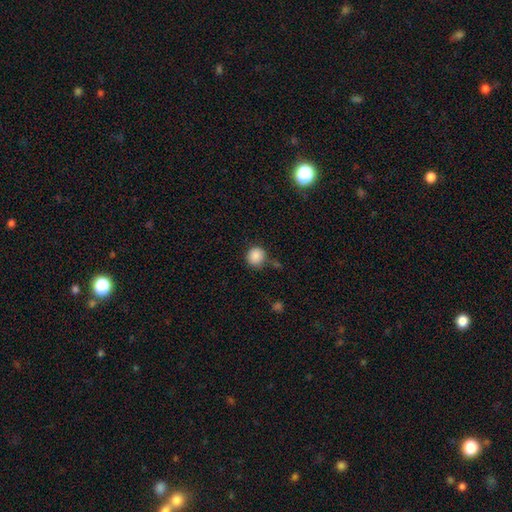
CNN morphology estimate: smooth-or-featured: smooth: 87% | star or artifact: 9% | featured or disk: 4%
  how-rounded: round: 88% | in between: 11% | cigar-shaped: 1%
  merging: none: 74% | minor disturbance: 15% | merger: 6% | major disturbance: 4%